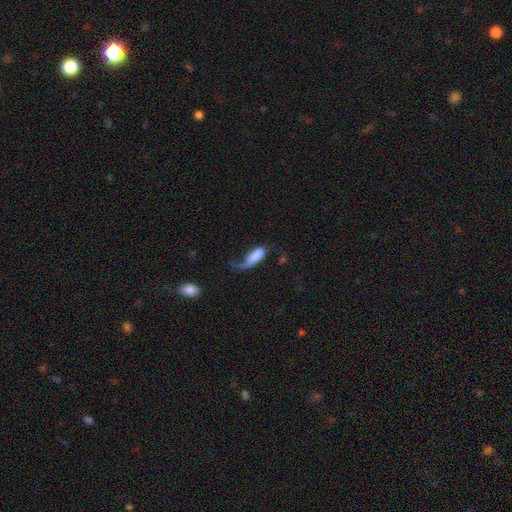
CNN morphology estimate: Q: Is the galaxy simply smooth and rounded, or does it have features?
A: smooth — 71%.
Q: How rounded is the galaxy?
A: in between — 66%.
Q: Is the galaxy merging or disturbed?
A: major disturbance — 47%.